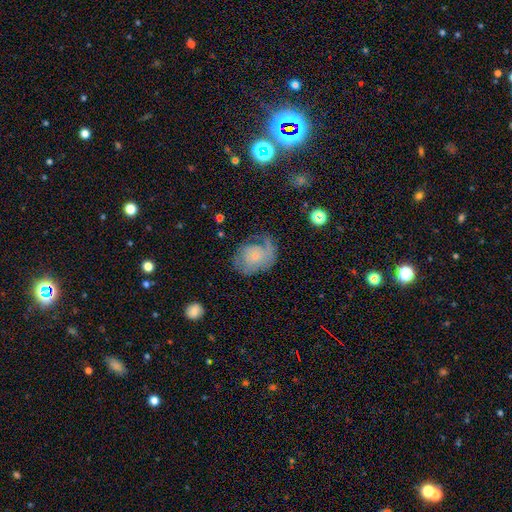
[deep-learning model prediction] Overall: featured or disk (61%; smooth 31%). Edge-on disk: no (97%). Bar: no (79%). Spiral arms: yes (83%). Bulge size: small (68%). Merging: none (51%; minor disturbance 25%).